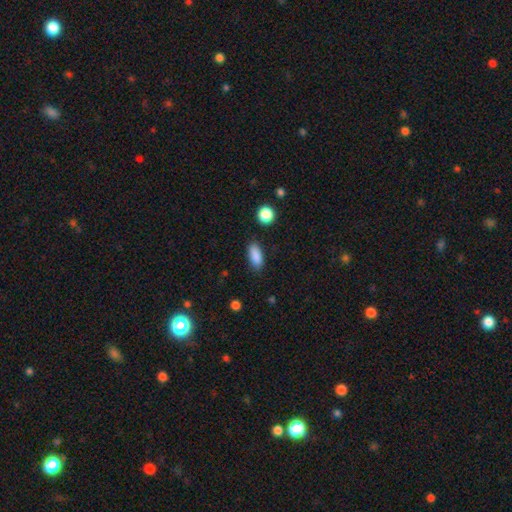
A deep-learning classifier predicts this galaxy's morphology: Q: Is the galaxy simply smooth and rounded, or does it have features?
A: smooth — 88%.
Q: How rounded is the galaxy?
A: in between — 85%.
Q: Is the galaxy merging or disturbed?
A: none — 86%.